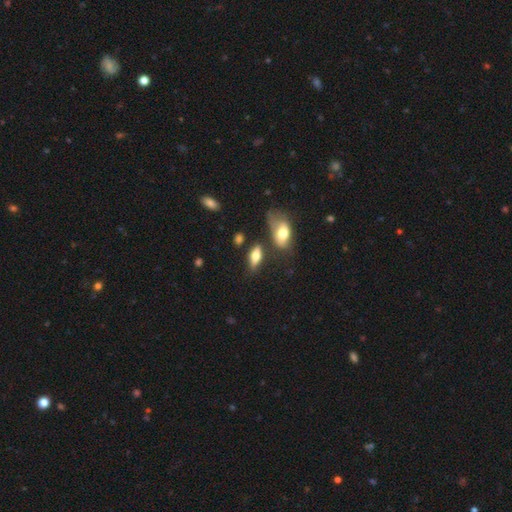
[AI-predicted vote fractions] This is likely a smooth galaxy (61%). How rounded: likely in between (70%). Merging: likely none (64%).